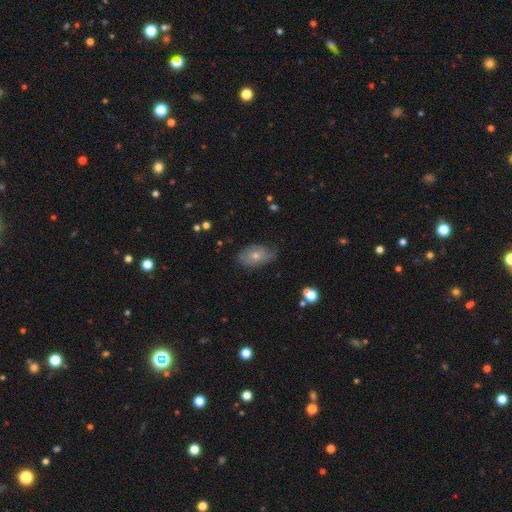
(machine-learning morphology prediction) This appears to be a smooth galaxy with no disk features (59%) that is in between round and cigar-shaped (86%). Merging: none (57%).